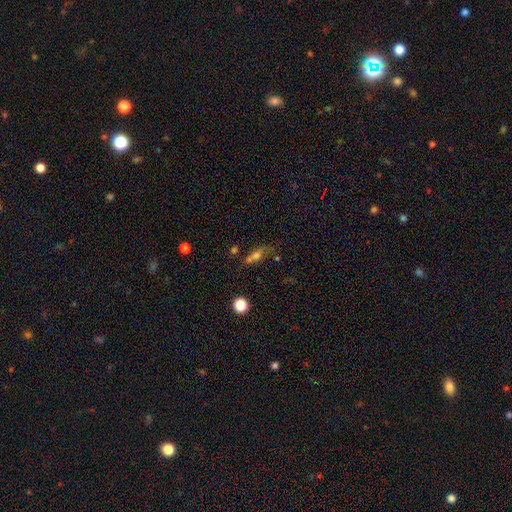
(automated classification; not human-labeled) Q: Smooth or featured?
A: smooth (55%); runner-up: featured or disk (27%)
Q: How rounded?
A: in between (54%); runner-up: cigar-shaped (29%)
Q: Merging?
A: none (52%); runner-up: merger (20%)